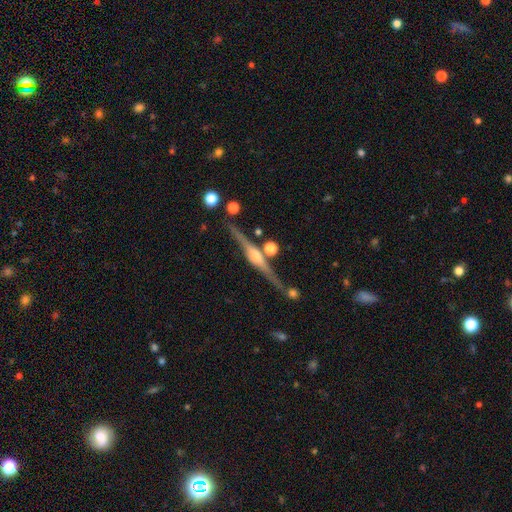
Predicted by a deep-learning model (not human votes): featured or disk 85%, smooth 9%, star or artifact 6%. Down the decision tree: edge-on disk — yes (98%); edge-on bulge — rounded (84%); merging — none (82%).